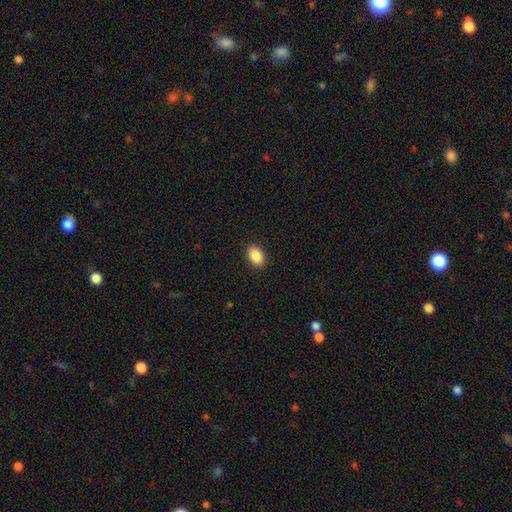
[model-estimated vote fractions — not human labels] smooth 89%, star or artifact 8%, featured or disk 3%. Down the decision tree: how rounded — in between (90%); merging — none (91%).